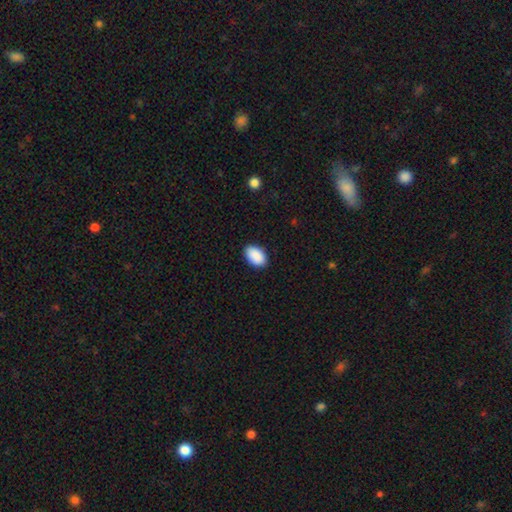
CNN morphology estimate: smooth-or-featured: smooth: 91% | star or artifact: 6% | featured or disk: 3%
  how-rounded: in between: 93% | round: 6% | cigar-shaped: 1%
  merging: none: 89% | minor disturbance: 8% | major disturbance: 2% | merger: 1%